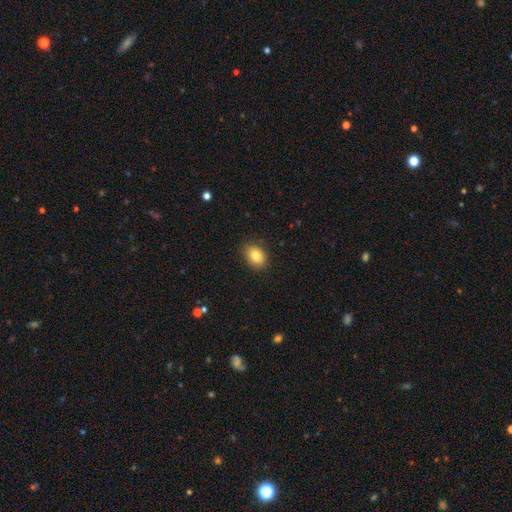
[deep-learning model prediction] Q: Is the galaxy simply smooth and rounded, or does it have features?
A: smooth — 83%.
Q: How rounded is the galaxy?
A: in between — 63%.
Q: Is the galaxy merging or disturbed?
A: none — 88%.